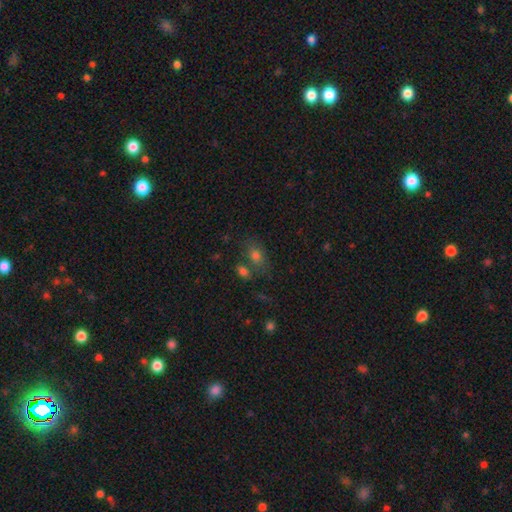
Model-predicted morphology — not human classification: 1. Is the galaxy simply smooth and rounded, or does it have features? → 73% smooth, 15% star or artifact, 12% featured or disk.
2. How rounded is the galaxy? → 73% in between, 24% round, 3% cigar-shaped.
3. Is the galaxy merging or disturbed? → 58% none, 23% merger, 14% minor disturbance, 5% major disturbance.